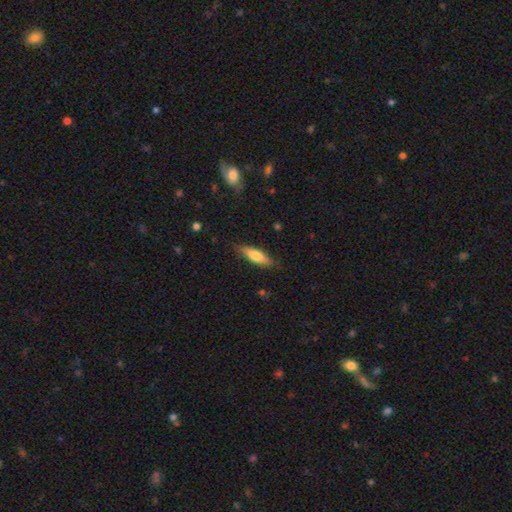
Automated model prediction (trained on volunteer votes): Q: Smooth or featured?
A: smooth (73%); runner-up: featured or disk (22%)
Q: How rounded?
A: cigar-shaped (53%); runner-up: in between (46%)
Q: Merging?
A: none (82%); runner-up: minor disturbance (14%)